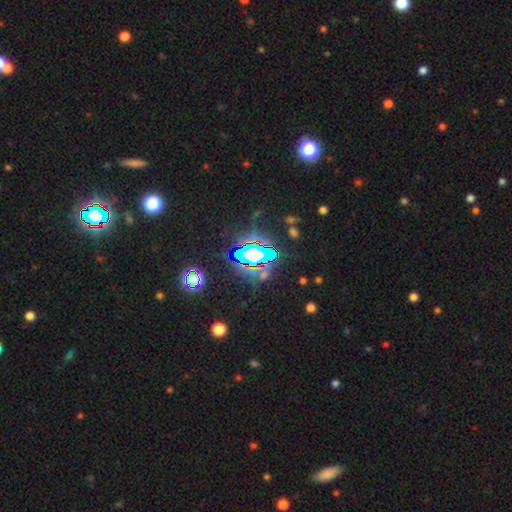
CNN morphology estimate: A star or artifact, not a galaxy (78%).